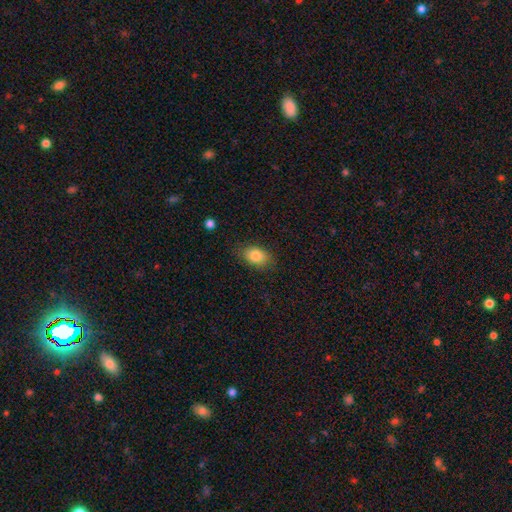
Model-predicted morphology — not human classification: Smooth or featured? Predicted: smooth (p=0.84). How rounded? Predicted: in between (p=0.81). Merging? Predicted: none (p=0.80).